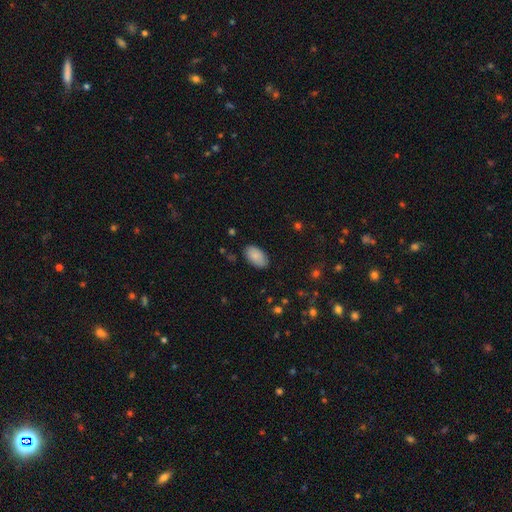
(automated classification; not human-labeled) This appears to be a smooth galaxy with no disk features (86%) that is in between round and cigar-shaped (94%). Merging: none (85%).